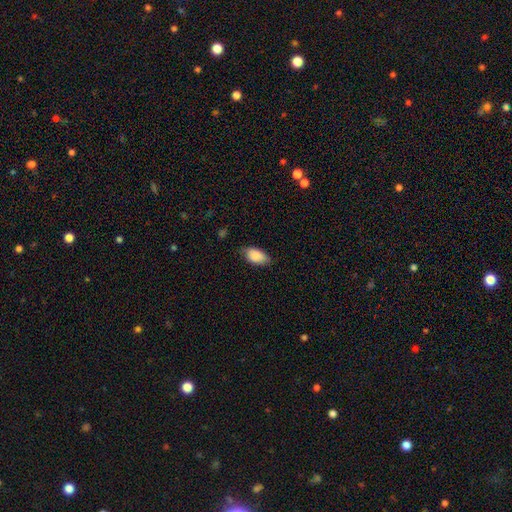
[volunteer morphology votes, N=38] This appears to be a smooth galaxy with no disk features (95%) that is in between round and cigar-shaped (92%). Merging: none (76%).